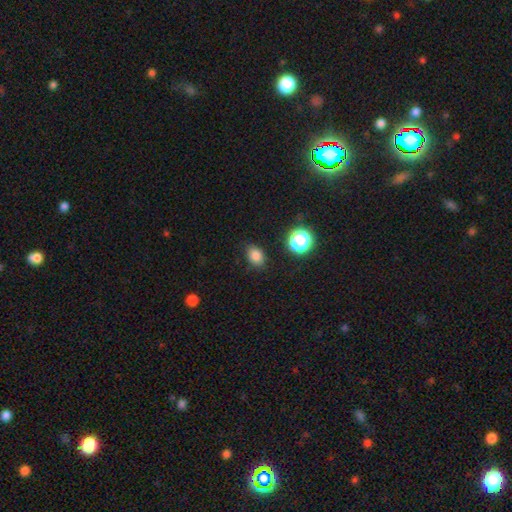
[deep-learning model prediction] The model was most divided on "how rounded": in between: 70%, round: 29%, cigar-shaped: 1%. More confident: merging — none (85%); smooth or featured — smooth (81%).